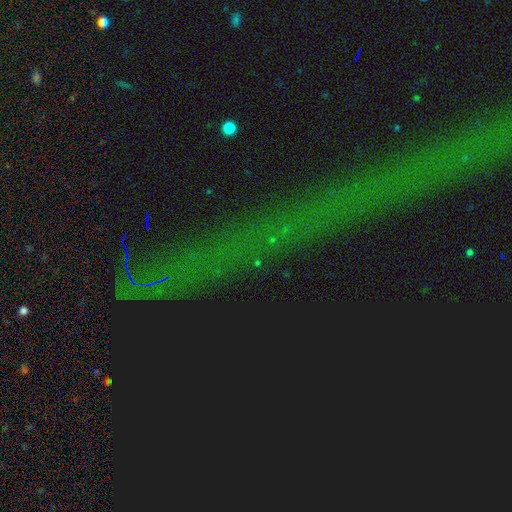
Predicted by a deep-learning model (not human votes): smooth_or_featured: star or artifact (p=0.81) [alt: featured or disk p=0.10]